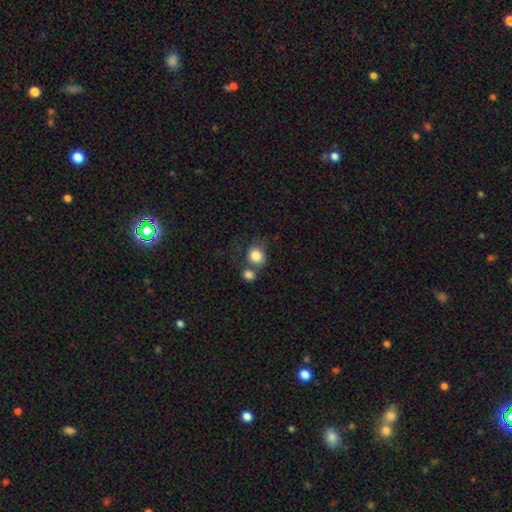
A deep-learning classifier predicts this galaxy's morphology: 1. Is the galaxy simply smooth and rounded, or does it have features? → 83% smooth, 9% star or artifact, 8% featured or disk.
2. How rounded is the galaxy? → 75% round, 24% in between, 1% cigar-shaped.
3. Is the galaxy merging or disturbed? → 47% none, 33% merger, 13% minor disturbance, 7% major disturbance.